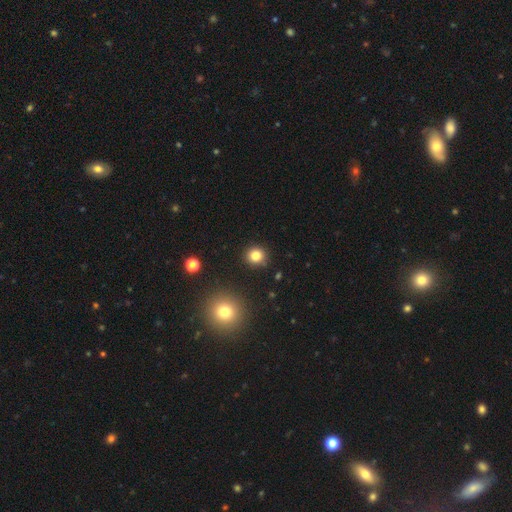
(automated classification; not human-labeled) Morphology: type=smooth (81%); roundness=round (89%); merging=none (90%).